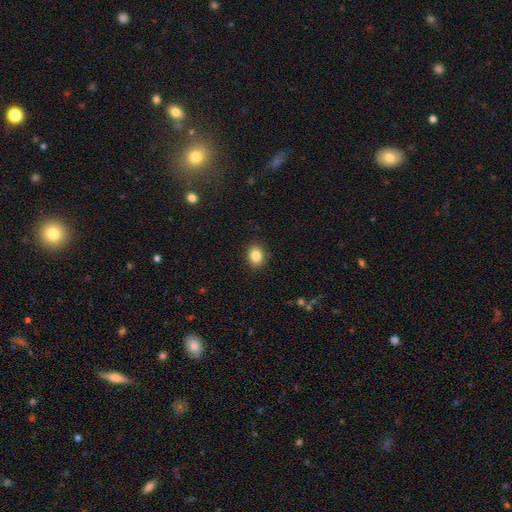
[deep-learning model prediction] A smooth galaxy with no disk features (85%) that is round (50%). Merging: none (88%).